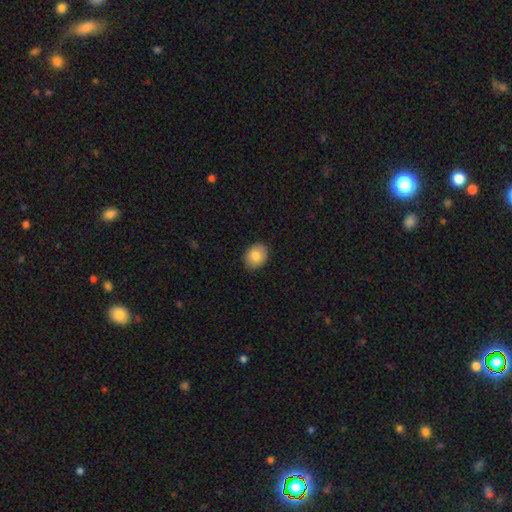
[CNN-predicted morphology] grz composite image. It shows a smooth galaxy with no disk features (84%) that is in between round and cigar-shaped (54%). Merging: none (88%).